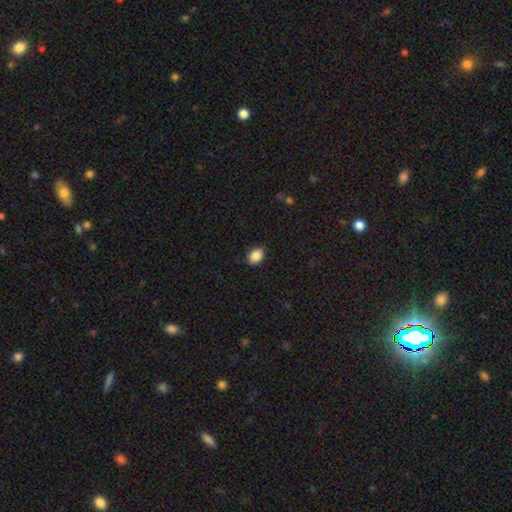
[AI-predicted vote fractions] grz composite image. It shows a smooth galaxy with no disk features (89%) that is in between round and cigar-shaped (77%). Merging: none (89%).